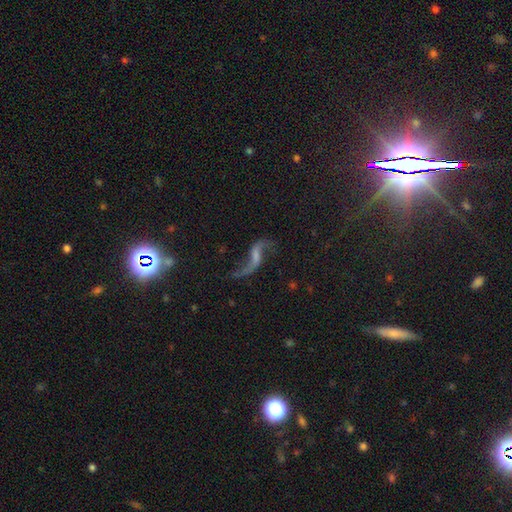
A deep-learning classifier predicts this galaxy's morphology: The model was most divided on "bar": weak: 41%, no: 36%, strong: 23%. Remaining: spiral winding — loose (94%); edge-on disk — no (94%); spiral arms — yes (93%); spiral arm count — 2 (91%); smooth or featured — featured or disk (81%); merging — none (65%); bulge size — none (47%).